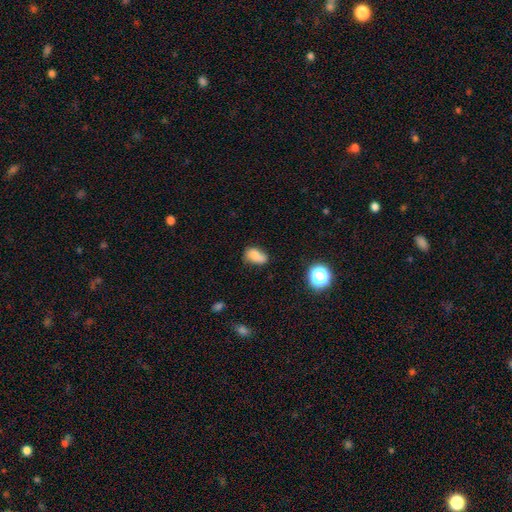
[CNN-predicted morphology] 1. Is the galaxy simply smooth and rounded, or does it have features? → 82% smooth, 11% star or artifact, 7% featured or disk.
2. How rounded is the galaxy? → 87% in between, 10% round, 3% cigar-shaped.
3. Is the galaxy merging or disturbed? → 59% none, 30% minor disturbance, 7% major disturbance, 4% merger.